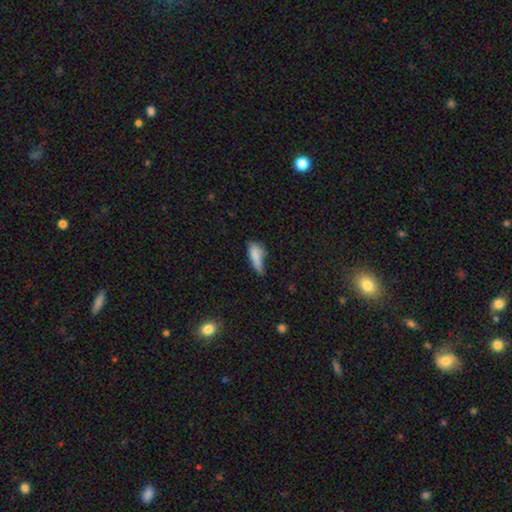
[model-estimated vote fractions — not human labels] A smooth galaxy with no disk features (79%) that is in between round and cigar-shaped (56%).

Vote fractions:
- Smooth or featured? smooth: 79% / featured or disk: 12% / star or artifact: 8%
- How rounded? in between: 56% / cigar-shaped: 41% / round: 3%
- Merging? minor disturbance: 42% / none: 34% / major disturbance: 18% / merger: 6%